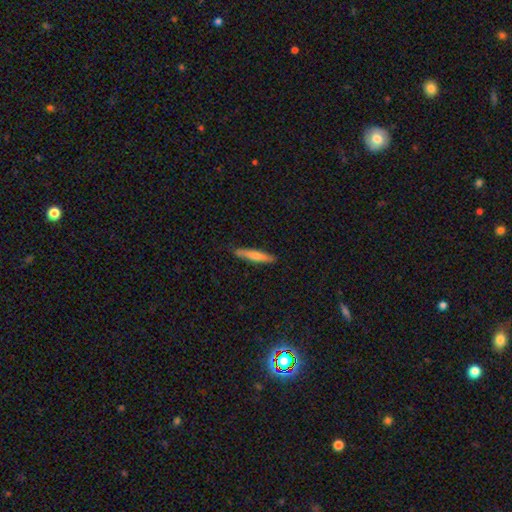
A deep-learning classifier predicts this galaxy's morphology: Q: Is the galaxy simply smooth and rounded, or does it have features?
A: smooth — 69%.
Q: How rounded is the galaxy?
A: cigar-shaped — 90%.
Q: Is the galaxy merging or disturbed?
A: none — 85%.